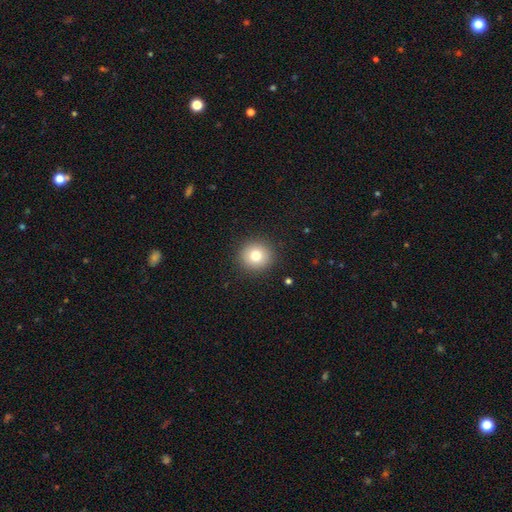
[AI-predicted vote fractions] A smooth galaxy with no disk features (79%) that is round (92%). Merging: none (91%).